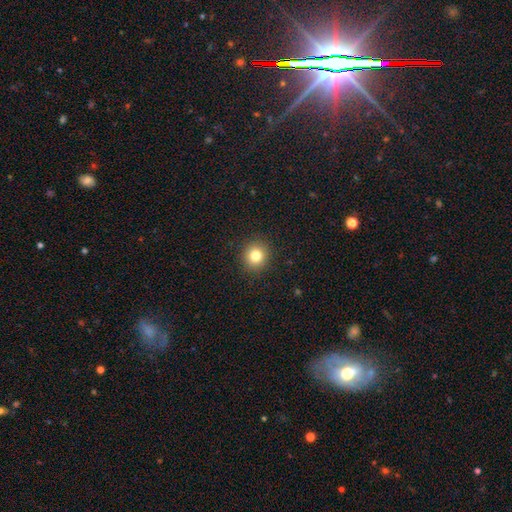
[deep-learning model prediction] This is clearly a smooth galaxy (81%). How rounded: clearly round (88%). Merging: clearly none (91%).